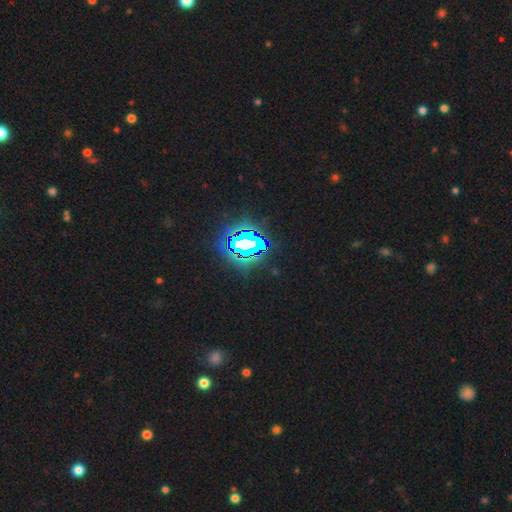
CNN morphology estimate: Smooth or featured? Predicted: star or artifact (p=0.83).